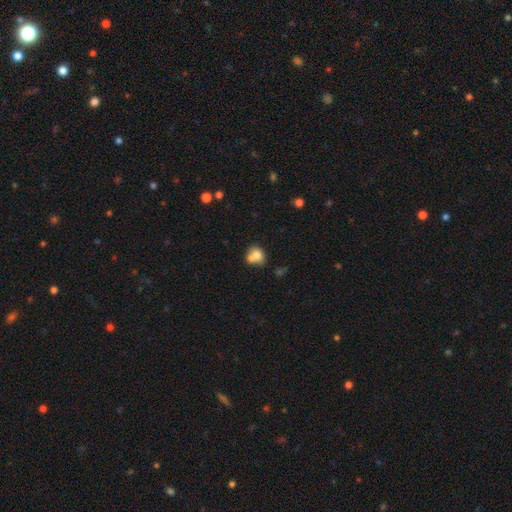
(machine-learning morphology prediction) type=smooth (74%); roundness=round (65%); merging=merger (49%).